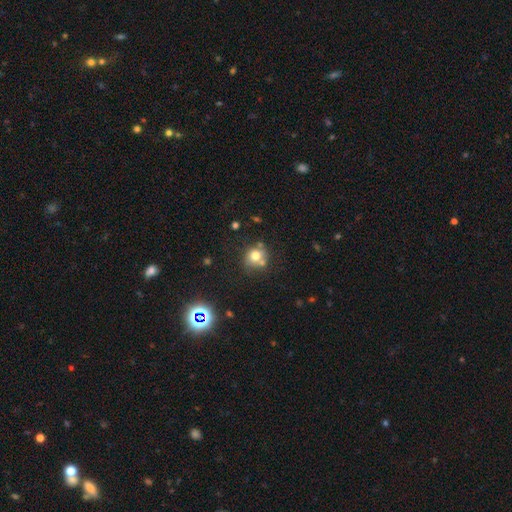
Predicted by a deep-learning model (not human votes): Smooth or featured? smooth (71%)
How rounded? round (81%)
Merging? none (59%)